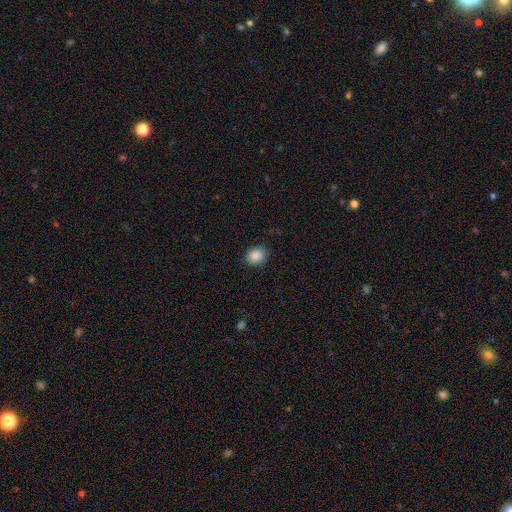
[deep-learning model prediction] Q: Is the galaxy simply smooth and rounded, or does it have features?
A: smooth — 88%.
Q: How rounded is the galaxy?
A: round — 54%.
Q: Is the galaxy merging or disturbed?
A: none — 87%.